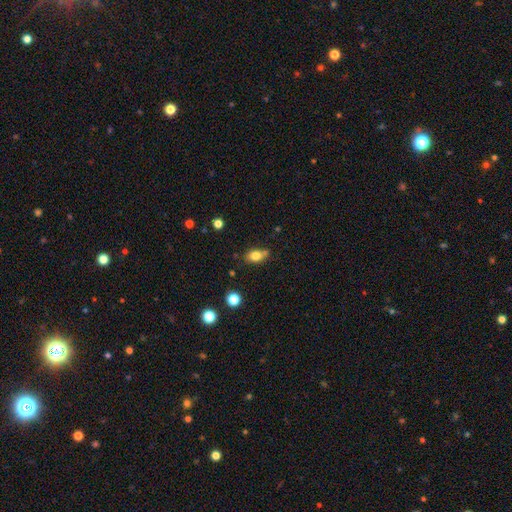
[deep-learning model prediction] Q: Smooth or featured?
A: smooth (79%); runner-up: star or artifact (11%)
Q: How rounded?
A: in between (76%); runner-up: round (22%)
Q: Merging?
A: none (64%); runner-up: minor disturbance (20%)